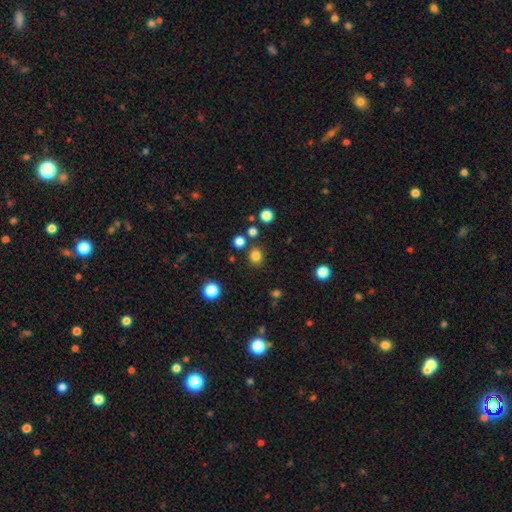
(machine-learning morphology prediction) Smooth or featured? Predicted: smooth (p=0.81). How rounded? Predicted: round (p=0.80). Merging? Predicted: none (p=0.83).